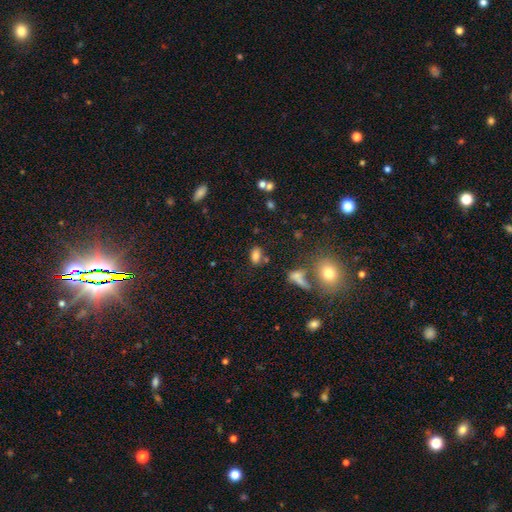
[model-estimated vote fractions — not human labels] The model was most divided on "merging": none: 64%, merger: 16%, minor disturbance: 14%, major disturbance: 6%. More confident: how rounded — in between (86%); smooth or featured — smooth (79%).